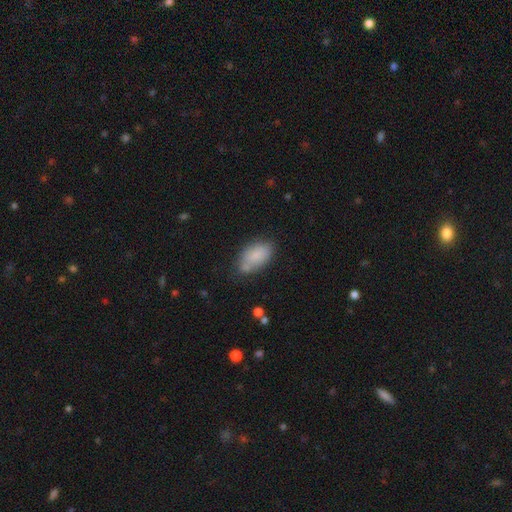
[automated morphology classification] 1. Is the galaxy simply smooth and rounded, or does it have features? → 80% smooth, 12% featured or disk, 8% star or artifact.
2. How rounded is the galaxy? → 93% in between, 5% round, 3% cigar-shaped.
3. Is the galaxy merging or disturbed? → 59% none, 24% minor disturbance, 11% merger, 6% major disturbance.